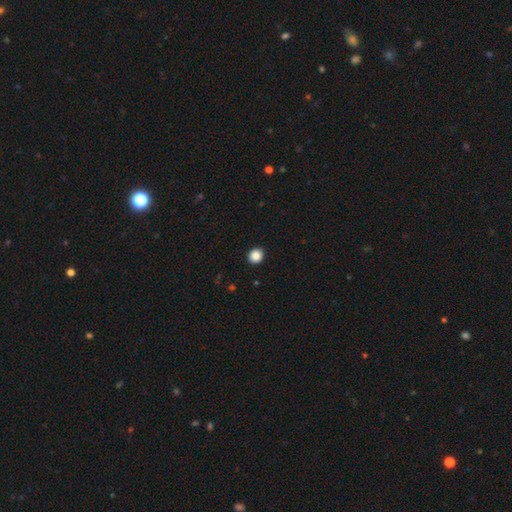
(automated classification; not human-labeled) A smooth galaxy with no disk features (87%) that is round (81%).

Vote fractions:
- Smooth or featured? smooth: 87% / star or artifact: 10% / featured or disk: 3%
- How rounded? round: 81% / in between: 18% / cigar-shaped: 1%
- Merging? none: 92% / minor disturbance: 5% / major disturbance: 2% / merger: 1%